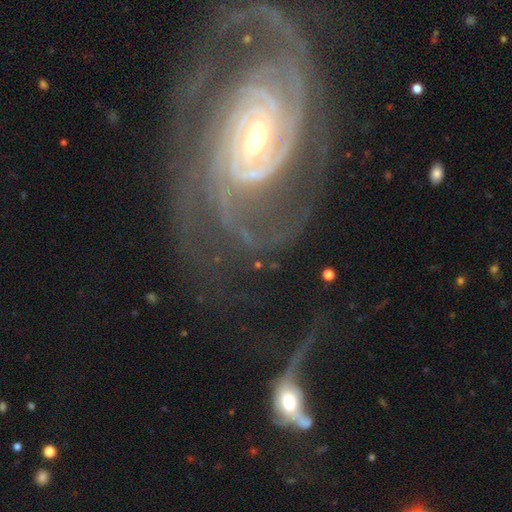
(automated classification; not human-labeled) Morphology: type=featured or disk (88%); edge-on=no (96%); bar=weak (38%); spiral arms=yes (95%); winding=tight (55%); arm count=can't tell (26%); bulge=moderate (47%); merging=none (41%).